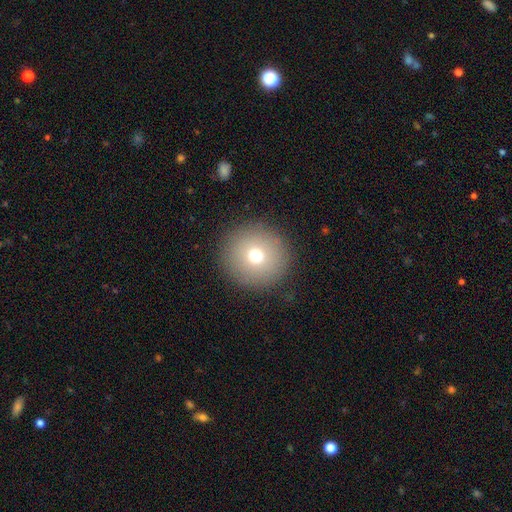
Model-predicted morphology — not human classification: Q: Smooth or featured?
A: smooth (71%); runner-up: featured or disk (15%)
Q: How rounded?
A: round (95%); runner-up: in between (4%)
Q: Merging?
A: none (90%); runner-up: minor disturbance (6%)